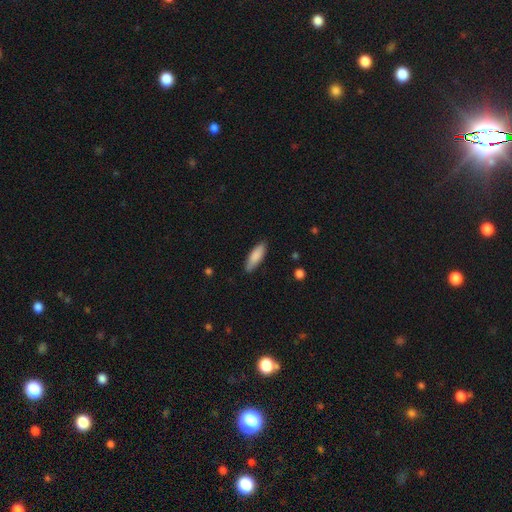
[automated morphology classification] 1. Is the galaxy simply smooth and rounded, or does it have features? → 85% smooth, 9% featured or disk, 6% star or artifact.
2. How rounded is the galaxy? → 52% in between, 47% cigar-shaped, 2% round.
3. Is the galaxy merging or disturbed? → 85% none, 12% minor disturbance, 2% major disturbance, 1% merger.